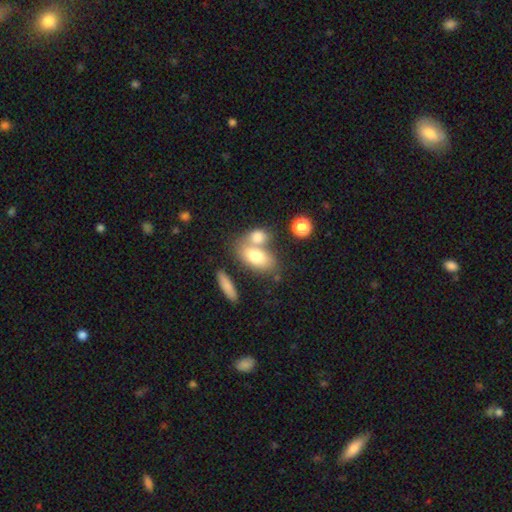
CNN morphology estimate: This is likely a smooth galaxy (73%). How rounded: clearly in between (84%). Merging: possibly merger (46%).